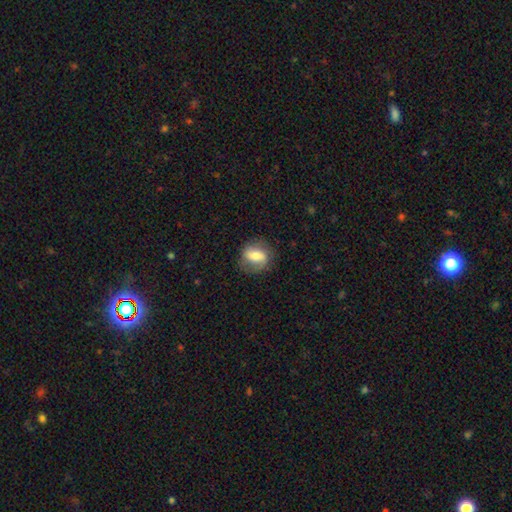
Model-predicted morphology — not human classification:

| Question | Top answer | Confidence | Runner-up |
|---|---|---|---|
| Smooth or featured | smooth | 57% | featured or disk (35%) |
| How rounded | round | 54% | in between (44%) |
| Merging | none | 79% | minor disturbance (15%) |